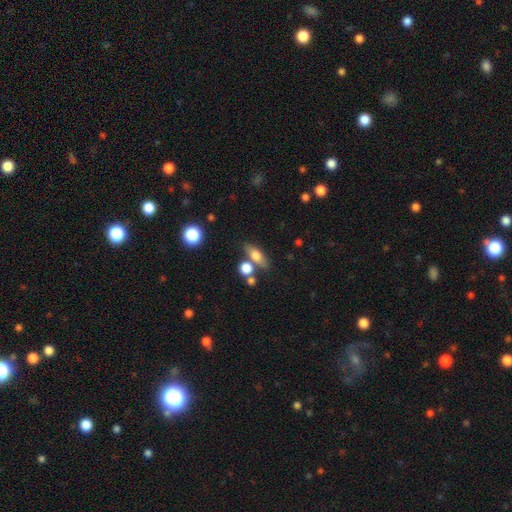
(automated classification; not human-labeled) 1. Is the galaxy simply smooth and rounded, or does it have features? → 64% smooth, 26% featured or disk, 10% star or artifact.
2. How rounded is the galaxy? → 59% in between, 27% cigar-shaped, 14% round.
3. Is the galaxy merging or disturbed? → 67% none, 16% merger, 13% minor disturbance, 5% major disturbance.